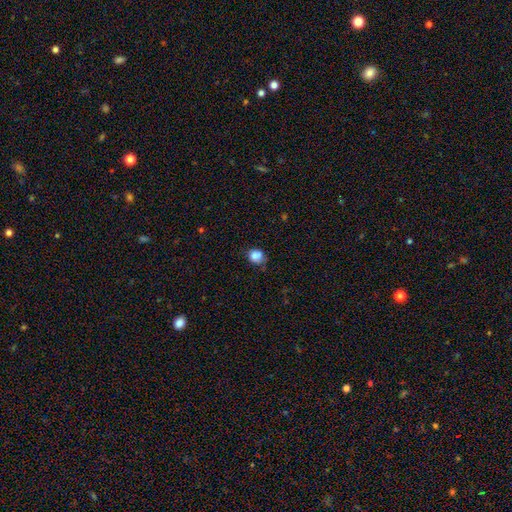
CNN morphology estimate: Overall: smooth (82%). How rounded: round (64%; in between 35%). Merging: none (59%; minor disturbance 29%).